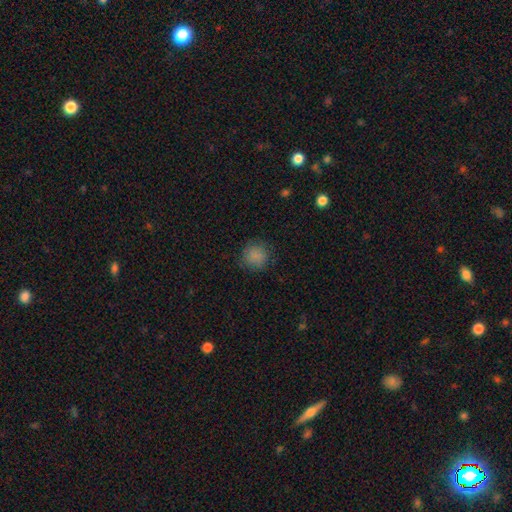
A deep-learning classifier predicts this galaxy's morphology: Q: Smooth or featured?
A: smooth (85%); runner-up: star or artifact (10%)
Q: How rounded?
A: round (90%); runner-up: in between (9%)
Q: Merging?
A: none (83%); runner-up: minor disturbance (12%)